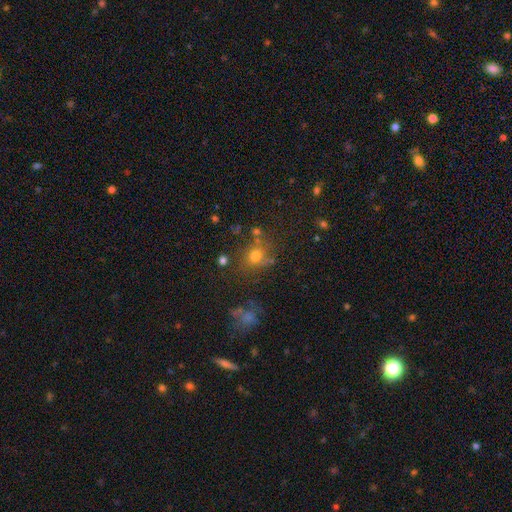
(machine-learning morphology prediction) smooth 67%, star or artifact 20%, featured or disk 13%. Down the decision tree: how rounded — round (70%); merging — none (64%).